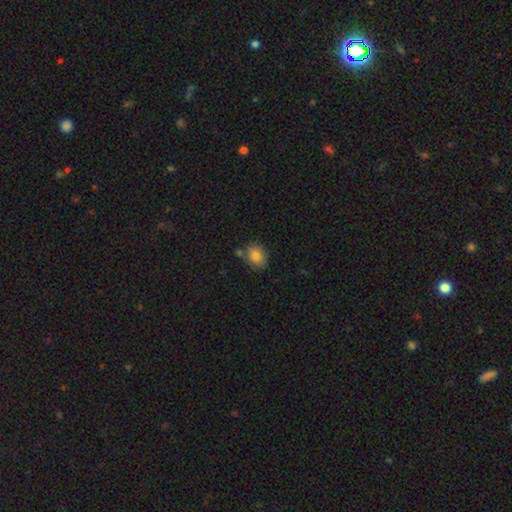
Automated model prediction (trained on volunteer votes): This appears to be a smooth galaxy with no disk features (84%) that is in between round and cigar-shaped (50%). Merging: none (73%).